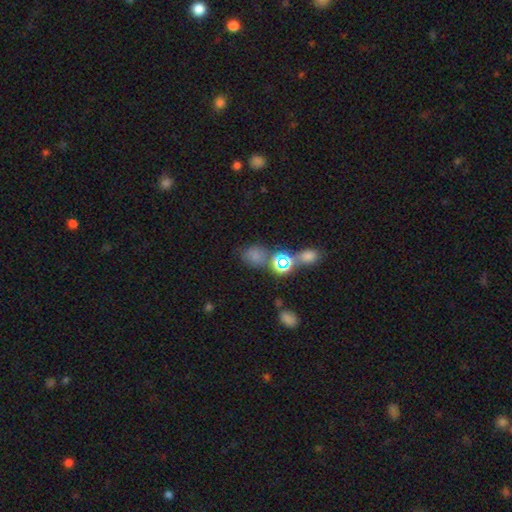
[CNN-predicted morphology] smooth-or-featured: smooth: 60% | star or artifact: 31% | featured or disk: 9%
  how-rounded: round: 61% | in between: 38% | cigar-shaped: 1%
  merging: none: 59% | minor disturbance: 16% | merger: 16% | major disturbance: 8%